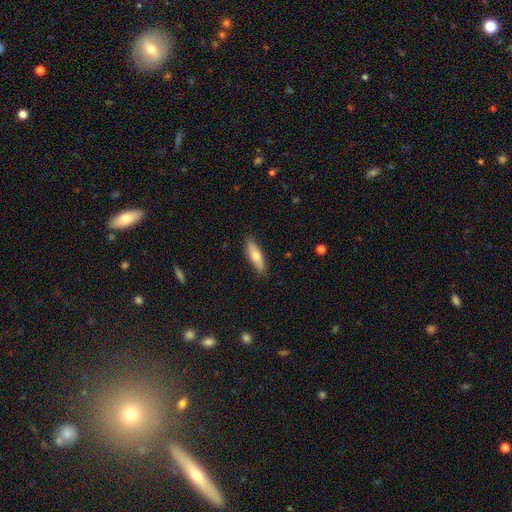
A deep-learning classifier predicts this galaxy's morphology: Smooth or featured?
  - smooth: 68% *
  - featured or disk: 26%
  - star or artifact: 6%
How rounded?
  - cigar-shaped: 61% *
  - in between: 36%
  - round: 2%
Merging?
  - none: 88% *
  - minor disturbance: 10%
  - major disturbance: 2%
  - merger: 1%